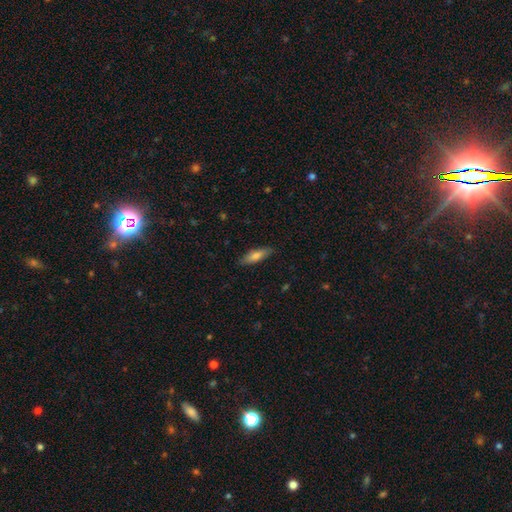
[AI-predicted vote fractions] A smooth galaxy with no disk features (74%) that is cigar-shaped (49%, tied with in between).

Vote fractions:
- Smooth or featured? smooth: 74% / featured or disk: 19% / star or artifact: 6%
- How rounded? cigar-shaped: 49% (tied) / in between: 49% (tied) / round: 2%
- Merging? none: 85% / minor disturbance: 12% / major disturbance: 2% / merger: 1%